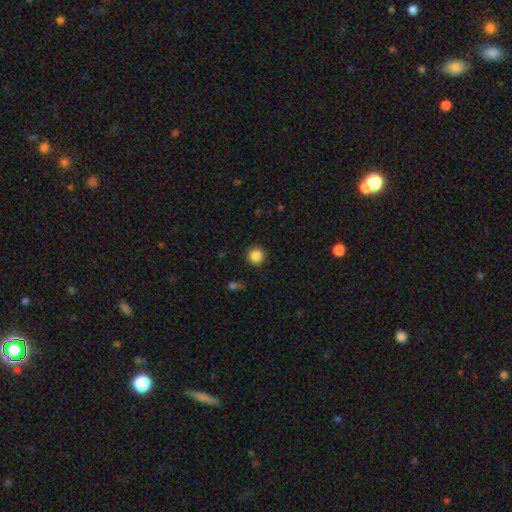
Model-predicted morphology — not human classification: Smooth or featured?
  - smooth: 86% *
  - star or artifact: 10%
  - featured or disk: 4%
How rounded?
  - round: 95% *
  - in between: 4%
  - cigar-shaped: 1%
Merging?
  - none: 90% *
  - minor disturbance: 6%
  - major disturbance: 2%
  - merger: 1%